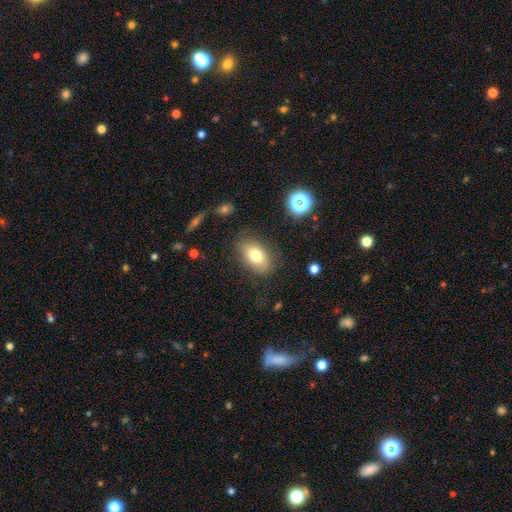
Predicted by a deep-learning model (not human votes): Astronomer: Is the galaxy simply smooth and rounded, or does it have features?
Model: smooth — 77%.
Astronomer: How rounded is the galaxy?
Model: in between — 89%.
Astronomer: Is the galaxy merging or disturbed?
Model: none — 81%.